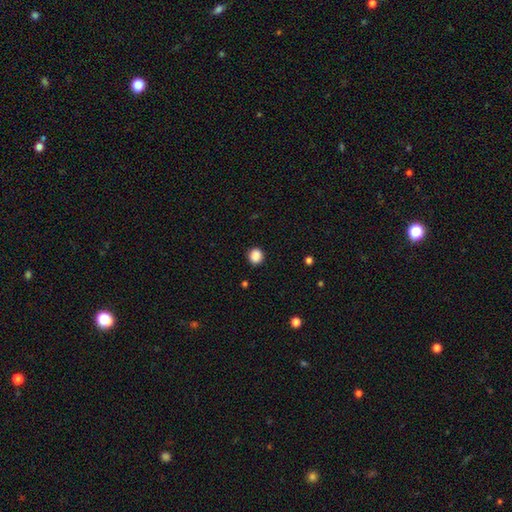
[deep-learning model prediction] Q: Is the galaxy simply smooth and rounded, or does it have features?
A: smooth — 88%.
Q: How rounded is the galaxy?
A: round — 85%.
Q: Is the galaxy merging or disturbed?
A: none — 91%.